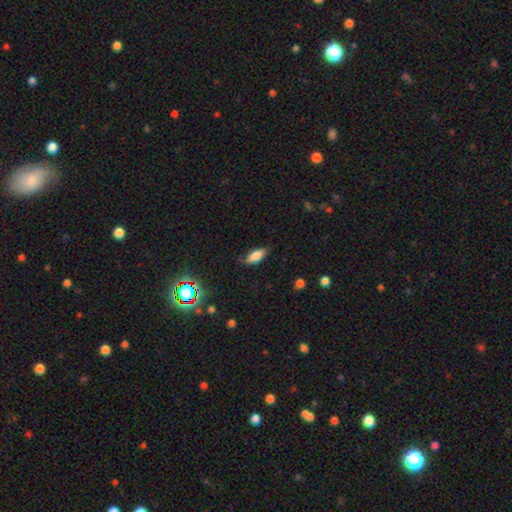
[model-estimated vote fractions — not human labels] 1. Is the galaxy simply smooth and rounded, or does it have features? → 72% smooth, 19% featured or disk, 9% star or artifact.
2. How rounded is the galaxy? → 75% in between, 22% cigar-shaped, 3% round.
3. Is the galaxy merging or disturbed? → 74% none, 20% minor disturbance, 4% major disturbance, 1% merger.